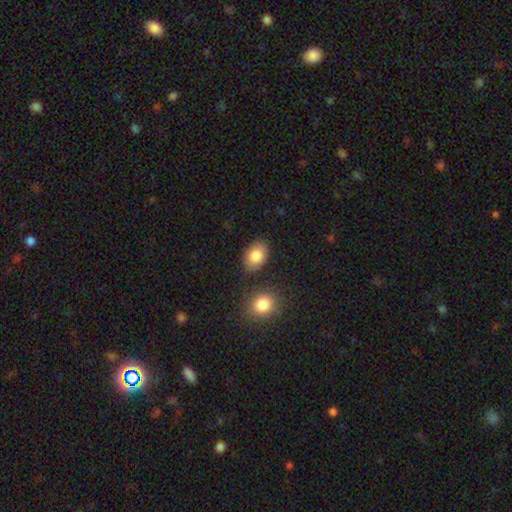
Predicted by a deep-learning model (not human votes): This is clearly a smooth galaxy (85%). How rounded: clearly in between (81%). Merging: clearly none (80%).